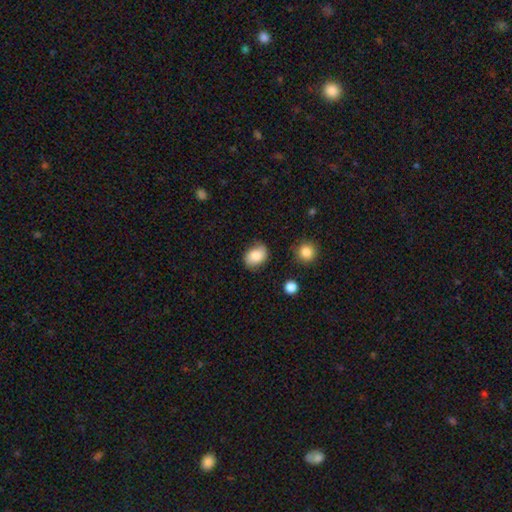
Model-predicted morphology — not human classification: A smooth galaxy with no disk features (79%) that is in between round and cigar-shaped (68%).

Vote fractions:
- Smooth or featured? smooth: 79% / featured or disk: 13% / star or artifact: 8%
- How rounded? in between: 68% / round: 31% / cigar-shaped: 1%
- Merging? none: 73% / minor disturbance: 20% / major disturbance: 4% / merger: 2%